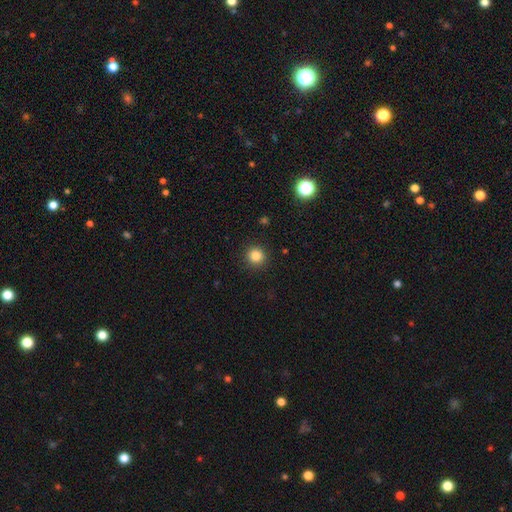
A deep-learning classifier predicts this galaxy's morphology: Smooth or featured?
  - smooth: 84% *
  - star or artifact: 12%
  - featured or disk: 5%
How rounded?
  - round: 93% *
  - in between: 6%
  - cigar-shaped: 1%
Merging?
  - none: 91% *
  - minor disturbance: 6%
  - major disturbance: 2%
  - merger: 1%